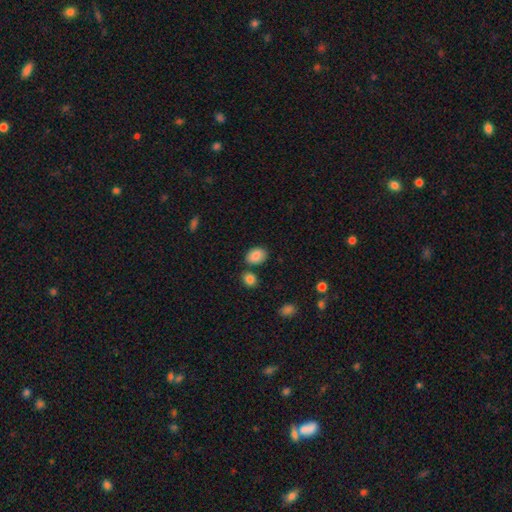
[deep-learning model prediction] The model was most divided on "how rounded": in between: 72%, round: 27%, cigar-shaped: 1%. More confident: smooth or featured — smooth (86%); merging — none (76%).